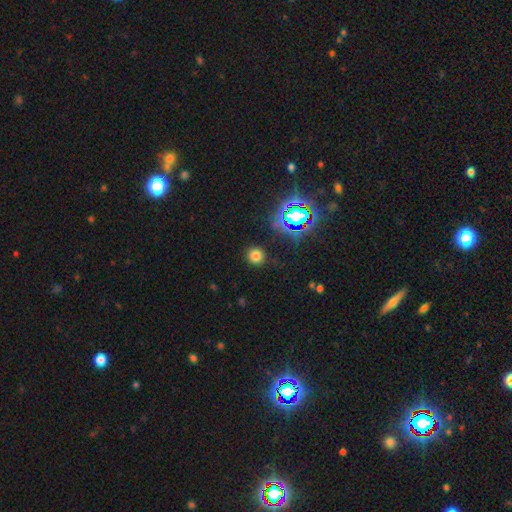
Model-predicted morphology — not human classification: Smooth or featured: smooth — 72% (star or artifact — 22%)
How rounded: round — 89% (in between — 10%)
Merging: none — 88% (minor disturbance — 8%)